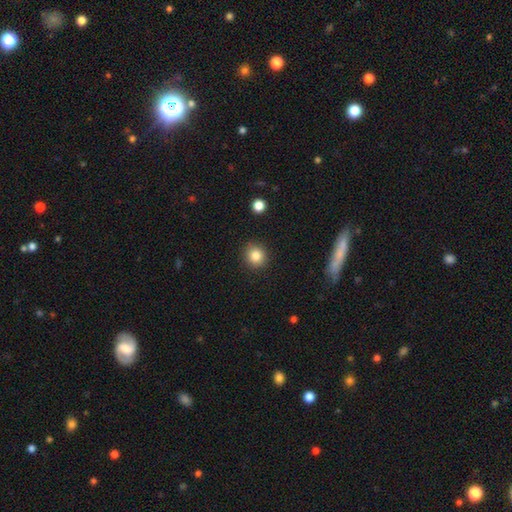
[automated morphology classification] Smooth or featured: smooth — 84% (star or artifact — 10%)
How rounded: round — 85% (in between — 14%)
Merging: none — 89% (minor disturbance — 7%)